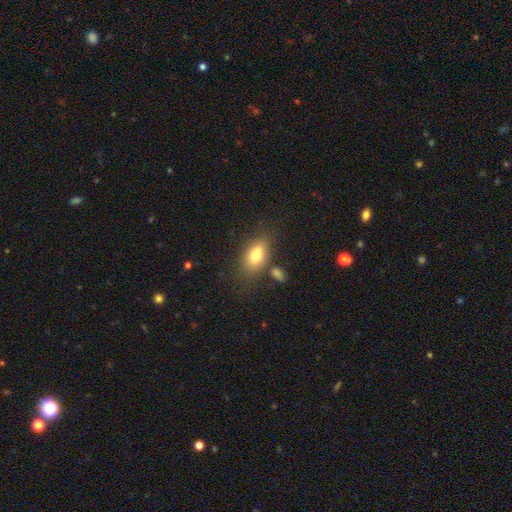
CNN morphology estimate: smooth 77%, featured or disk 15%, star or artifact 9%. Down the decision tree: how rounded — in between (87%); merging — none (63%).